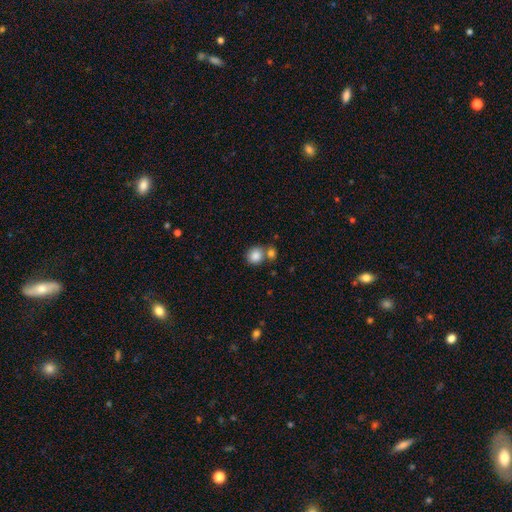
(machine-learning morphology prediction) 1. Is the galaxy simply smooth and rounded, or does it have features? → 86% smooth, 9% star or artifact, 5% featured or disk.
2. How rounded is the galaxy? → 84% round, 15% in between, 1% cigar-shaped.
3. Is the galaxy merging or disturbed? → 60% none, 27% merger, 10% minor disturbance, 3% major disturbance.